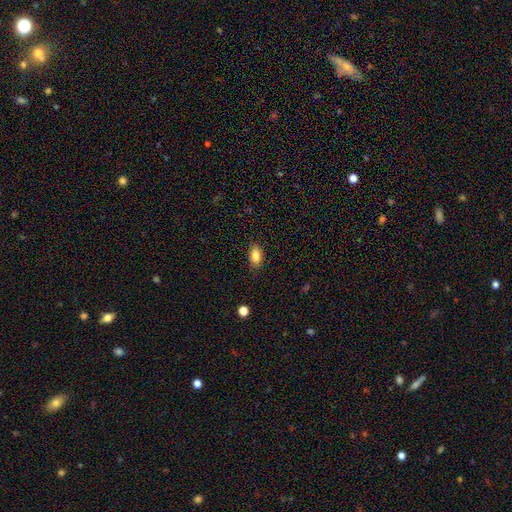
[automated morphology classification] Smooth or featured?
  - smooth: 85% *
  - star or artifact: 9%
  - featured or disk: 6%
How rounded?
  - in between: 88% *
  - round: 9%
  - cigar-shaped: 3%
Merging?
  - none: 85% *
  - minor disturbance: 11%
  - major disturbance: 3%
  - merger: 1%